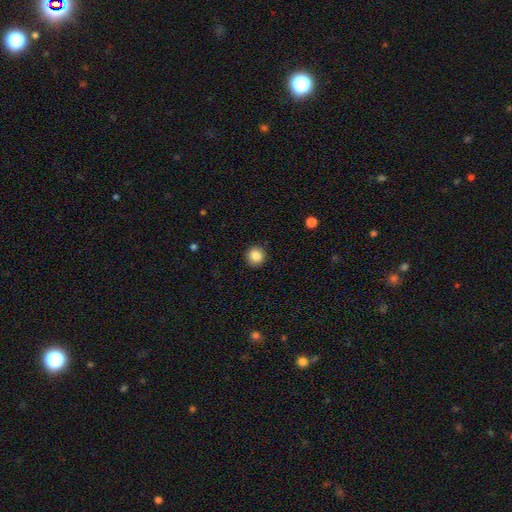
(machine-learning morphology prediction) The model was most divided on "smooth or featured": smooth: 86%, star or artifact: 10%, featured or disk: 4%. More confident: how rounded — round (93%); merging — none (91%).